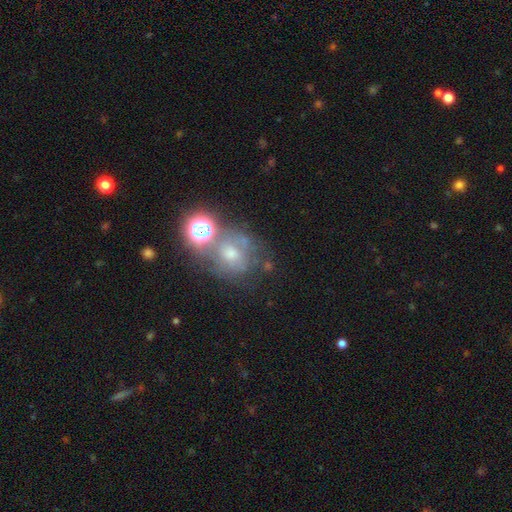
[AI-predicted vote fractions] smooth_or_featured: star or artifact (p=0.41) [alt: smooth p=0.31]